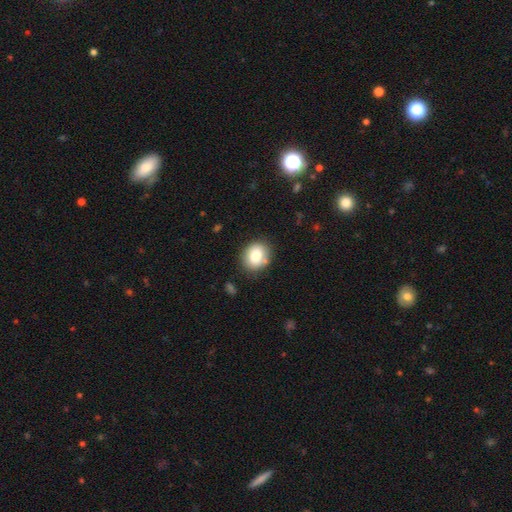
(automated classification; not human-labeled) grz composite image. It shows a smooth galaxy with no disk features (80%) that is round (62%). Merging: none (80%).